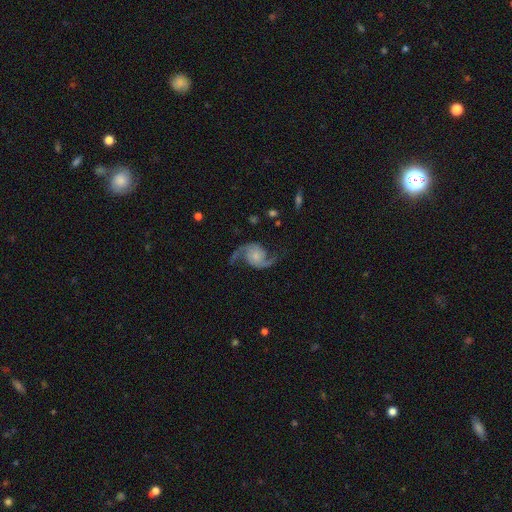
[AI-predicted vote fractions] This is clearly a featured or disk galaxy (90%). It is clearly not viewed edge-on (98%). Bar: likely no (74%). Spiral arm pattern: clearly yes (98%). Spiral arm count: clearly 2 (95%). Spiral winding: likely loose (66%). Central bulge: possibly small (51%). Merging: likely none (77%).